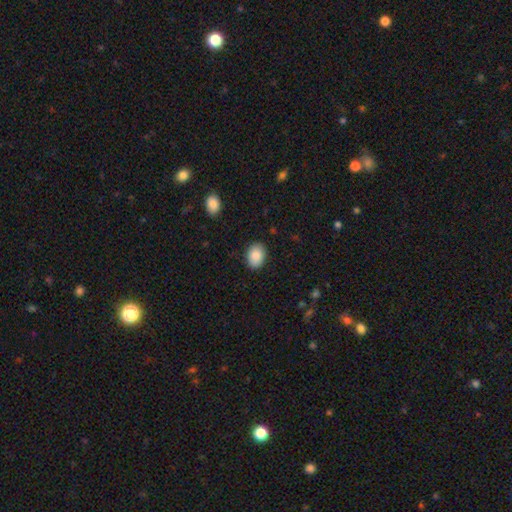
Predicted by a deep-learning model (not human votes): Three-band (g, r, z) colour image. It shows a smooth galaxy with no disk features (88%) that is in between round and cigar-shaped (77%). Merging: none (88%).